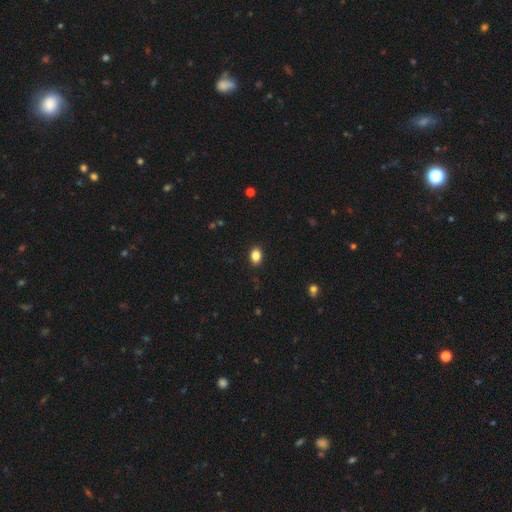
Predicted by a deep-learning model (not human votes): This is clearly a smooth galaxy (86%). How rounded: likely in between (73%). Merging: clearly none (90%).